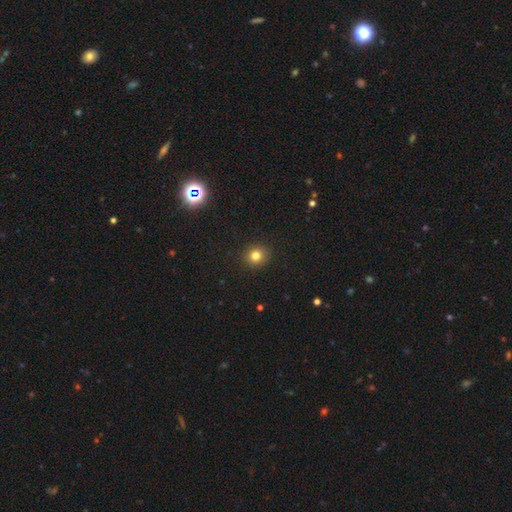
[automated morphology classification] Smooth or featured: smooth — 80% (star or artifact — 13%)
How rounded: round — 87% (in between — 12%)
Merging: none — 91% (minor disturbance — 6%)